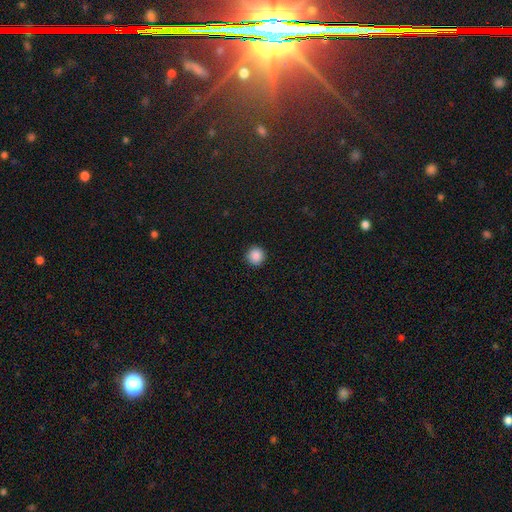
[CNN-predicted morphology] smooth_or_featured: smooth (p=0.88) [alt: star or artifact p=0.10]
how_rounded: round (p=0.95) [alt: in between p=0.04]
merging: none (p=0.93) [alt: minor disturbance p=0.05]